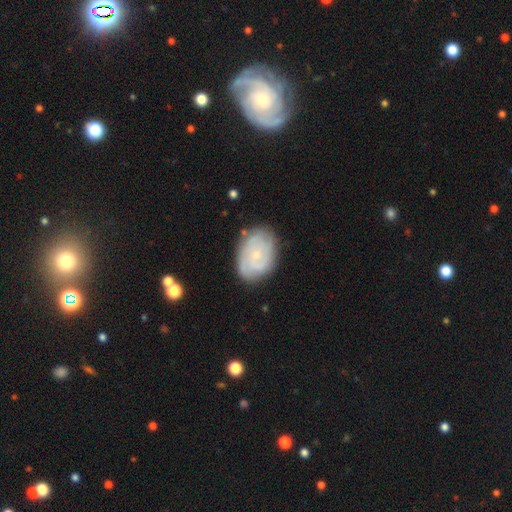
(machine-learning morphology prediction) This appears to be a featured or disk galaxy (66%) with no bar (76%), tight (65%) spiral arms (83%) and a small central bulge (77%). Merging: none (77%).